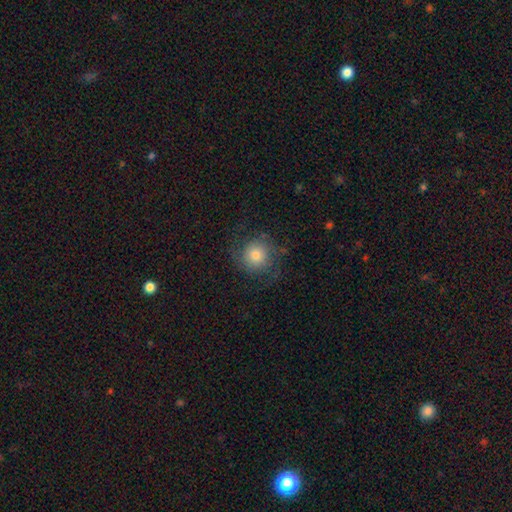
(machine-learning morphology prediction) Smooth or featured? smooth (62%)
How rounded? round (90%)
Merging? none (69%)